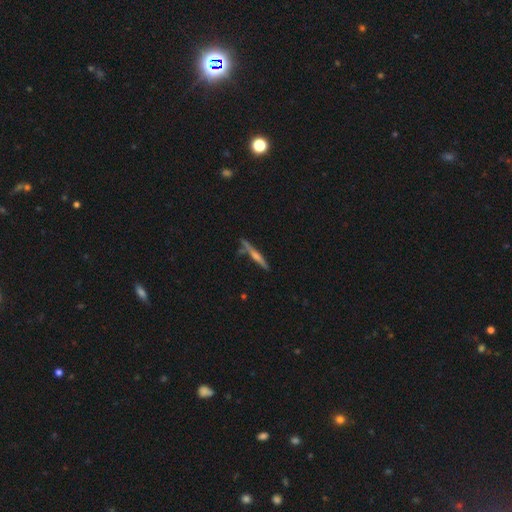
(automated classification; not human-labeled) Smooth or featured? Predicted: featured or disk (p=0.65). Edge-on disk? Predicted: yes (p=0.96). Edge-on bulge? Predicted: rounded (p=0.69). Merging? Predicted: none (p=0.77).